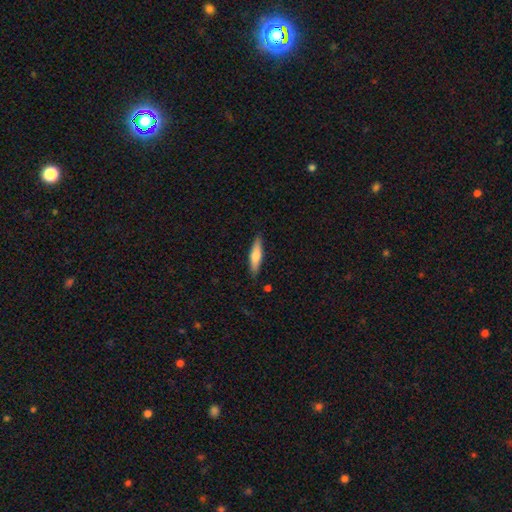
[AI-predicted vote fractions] This is likely a smooth galaxy (61%). How rounded: likely cigar-shaped (73%). Merging: clearly none (86%).